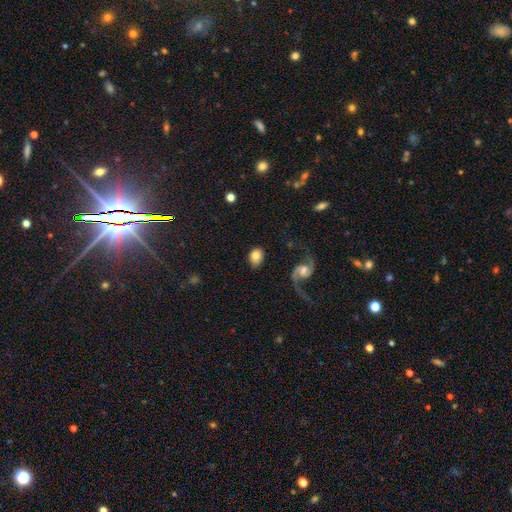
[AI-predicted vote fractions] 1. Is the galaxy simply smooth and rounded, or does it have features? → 74% smooth, 19% featured or disk, 7% star or artifact.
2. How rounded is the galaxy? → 68% in between, 31% round, 1% cigar-shaped.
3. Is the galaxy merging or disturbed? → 82% none, 10% minor disturbance, 4% major disturbance, 3% merger.